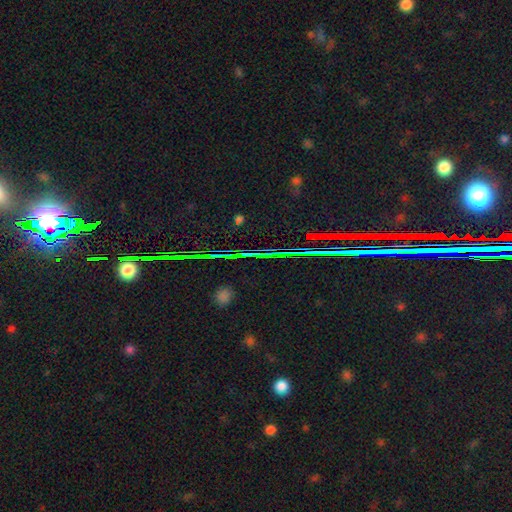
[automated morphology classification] Smooth or featured? Predicted: star or artifact (p=0.82).